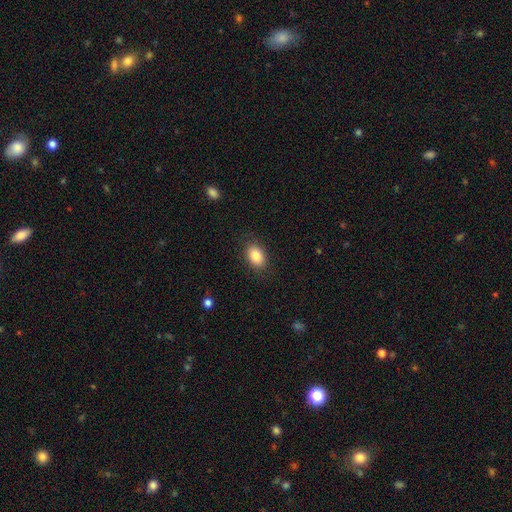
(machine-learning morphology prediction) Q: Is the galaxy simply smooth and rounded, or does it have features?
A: smooth — 86%.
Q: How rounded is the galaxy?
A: in between — 84%.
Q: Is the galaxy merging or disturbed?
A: none — 86%.